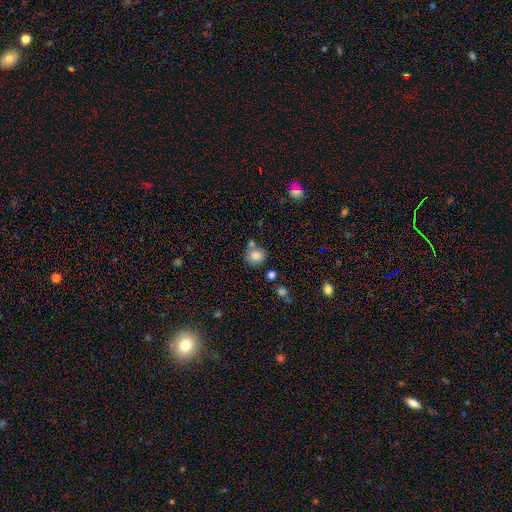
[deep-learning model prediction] Smooth or featured: smooth — 82% (star or artifact — 10%)
How rounded: round — 82% (in between — 17%)
Merging: none — 64% (merger — 18%)